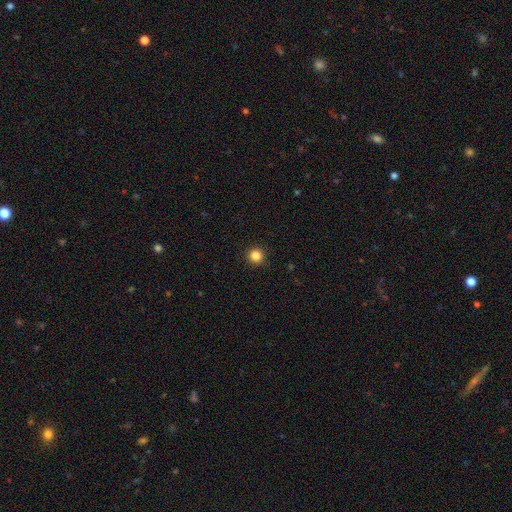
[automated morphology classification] smooth_or_featured: smooth (p=0.85) [alt: star or artifact p=0.12]
how_rounded: round (p=0.96) [alt: in between p=0.03]
merging: none (p=0.93) [alt: minor disturbance p=0.05]